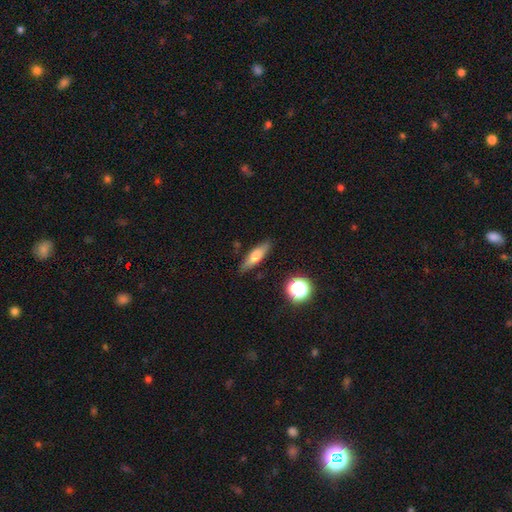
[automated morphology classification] smooth_or_featured: smooth (p=0.65) [alt: featured or disk p=0.26]
how_rounded: cigar-shaped (p=0.61) [alt: in between p=0.36]
merging: none (p=0.83) [alt: minor disturbance p=0.12]